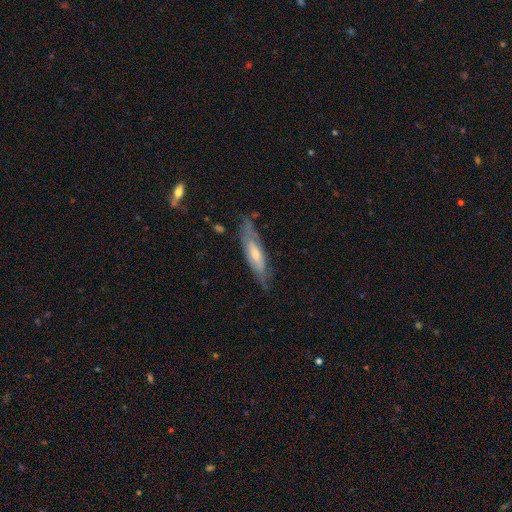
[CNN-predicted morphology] A featured or disk galaxy (57%) viewed edge-on (58%). Merging: none (76%).